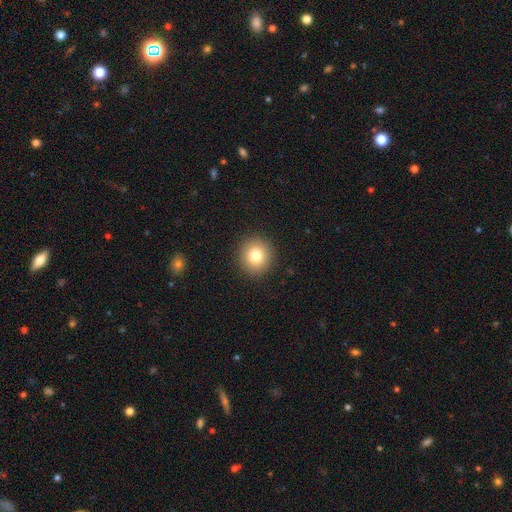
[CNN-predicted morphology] Smooth or featured? smooth (80%)
How rounded? round (90%)
Merging? none (91%)